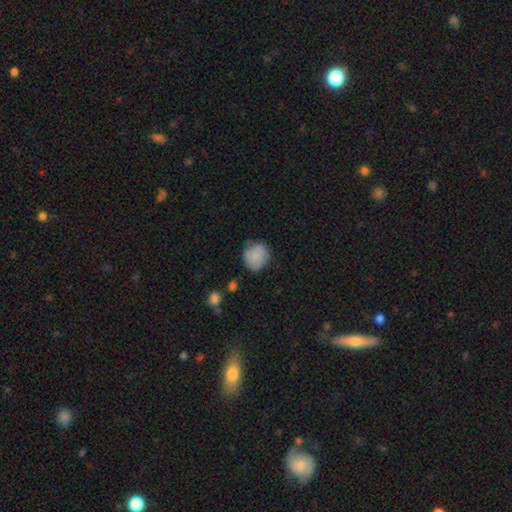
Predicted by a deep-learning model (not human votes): Smooth or featured: smooth — 81% (featured or disk — 12%)
How rounded: round — 81% (in between — 18%)
Merging: none — 69% (minor disturbance — 23%)